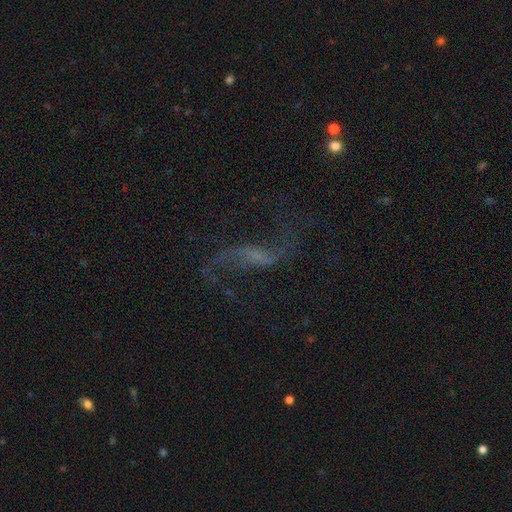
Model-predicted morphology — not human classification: Smooth or featured? Predicted: featured or disk (p=0.80). Edge-on disk? Predicted: no (p=0.94). Bar? Predicted: weak (p=0.44). Spiral arms? Predicted: yes (p=0.93). Spiral winding? Predicted: loose (p=0.89). Spiral arm count? Predicted: 2 (p=0.91). Bulge size? Predicted: small (p=0.41). Merging? Predicted: none (p=0.68).